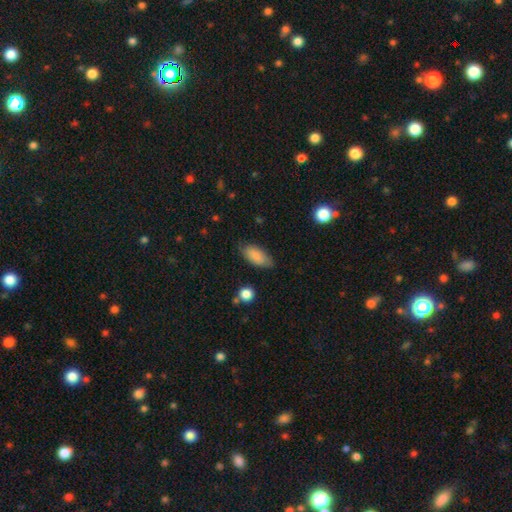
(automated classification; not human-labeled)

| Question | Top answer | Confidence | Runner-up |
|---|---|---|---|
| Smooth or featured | smooth | 87% | featured or disk (7%) |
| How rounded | in between | 90% | cigar-shaped (7%) |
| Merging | none | 76% | minor disturbance (19%) |